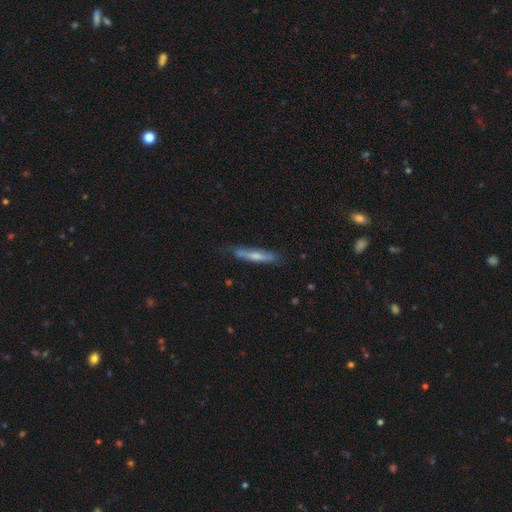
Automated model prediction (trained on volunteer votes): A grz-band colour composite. It shows a smooth galaxy with no disk features (53%) that is cigar-shaped (91%). Merging: none (73%).